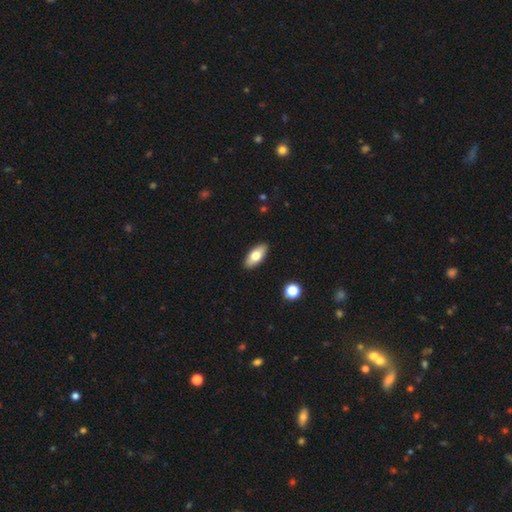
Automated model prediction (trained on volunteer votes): smooth-or-featured: smooth: 72% | featured or disk: 22% | star or artifact: 6%
  how-rounded: in between: 87% | cigar-shaped: 10% | round: 3%
  merging: none: 90% | minor disturbance: 7% | major disturbance: 2% | merger: 1%